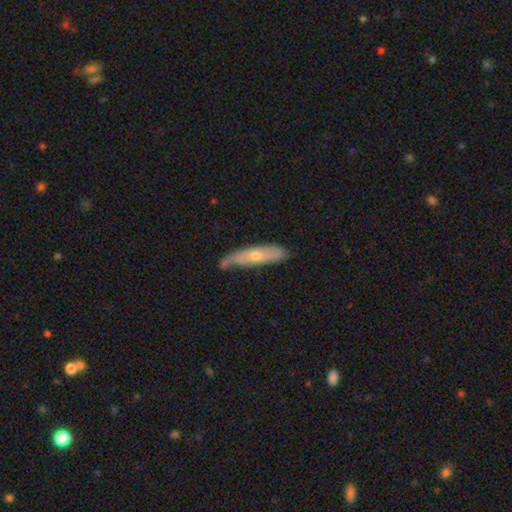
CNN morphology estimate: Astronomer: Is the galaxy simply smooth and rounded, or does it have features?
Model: smooth — 50% (runner-up: featured or disk, 44%).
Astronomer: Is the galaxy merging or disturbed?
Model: none — 58%.